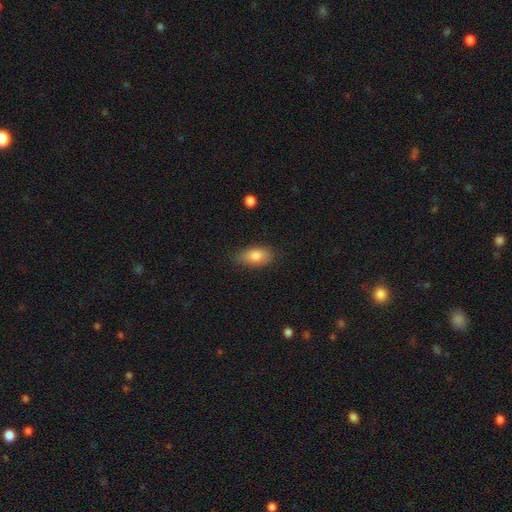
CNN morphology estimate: Overall: smooth (80%). How rounded: in between (86%). Merging: none (79%).